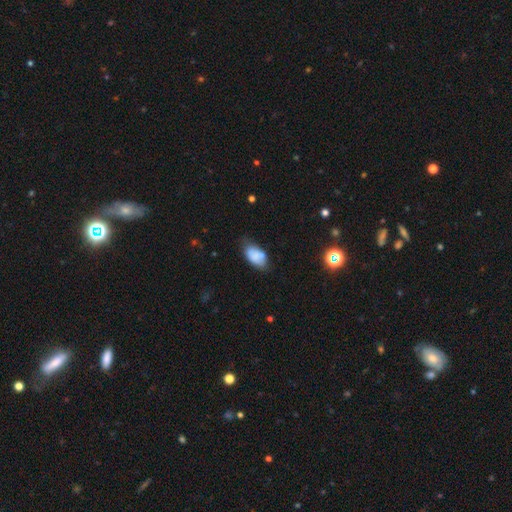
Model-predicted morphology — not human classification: Smooth or featured?
  - smooth: 78% *
  - featured or disk: 13%
  - star or artifact: 8%
How rounded?
  - in between: 93% *
  - round: 5%
  - cigar-shaped: 2%
Merging?
  - none: 59% *
  - minor disturbance: 28%
  - major disturbance: 6%
  - merger: 6%